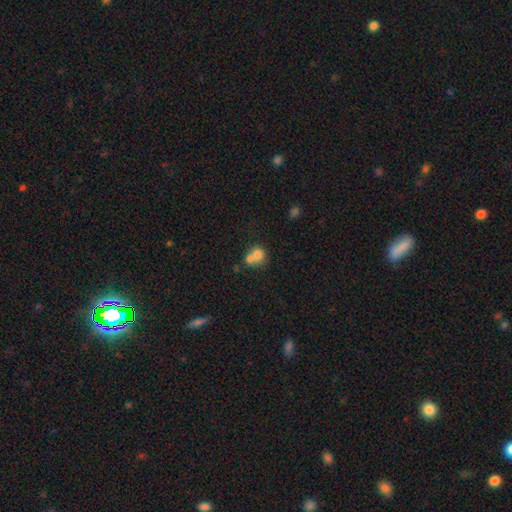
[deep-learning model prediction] smooth_or_featured: smooth (p=0.73) [alt: featured or disk p=0.17]
how_rounded: round (p=0.74) [alt: in between p=0.25]
merging: merger (p=0.60) [alt: none p=0.28]